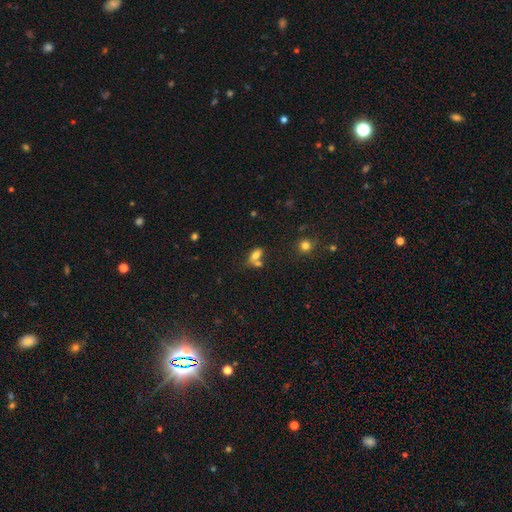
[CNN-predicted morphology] A smooth galaxy with no disk features (71%) that is in between round and cigar-shaped (82%).

Vote fractions:
- Smooth or featured? smooth: 71% / featured or disk: 16% / star or artifact: 13%
- How rounded? in between: 82% / round: 9% / cigar-shaped: 9%
- Merging? none: 42% / merger: 39% / minor disturbance: 13% / major disturbance: 6%